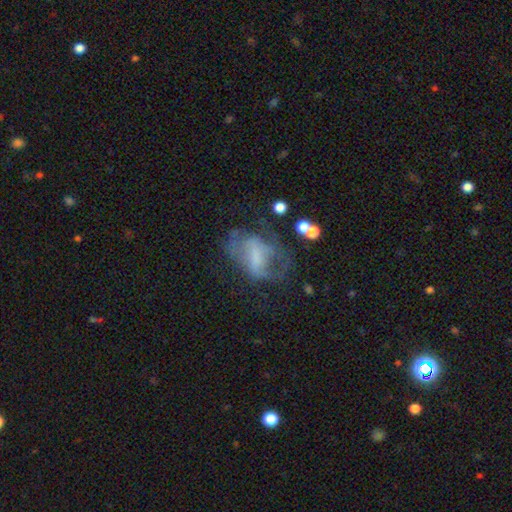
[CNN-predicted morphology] This appears to be a featured or disk galaxy (57%) with no bar (38%, tied with weak), spiral arms (50%, tied with no) and no central bulge (47%). Merging: major disturbance (39%).